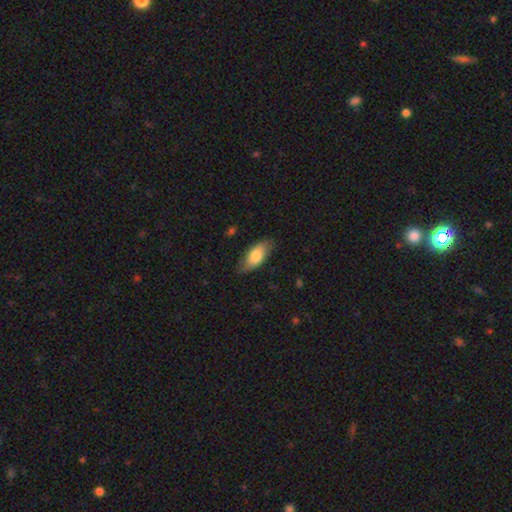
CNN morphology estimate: Smooth or featured: smooth — 76% (featured or disk — 18%)
How rounded: in between — 86% (cigar-shaped — 12%)
Merging: none — 78% (minor disturbance — 18%)